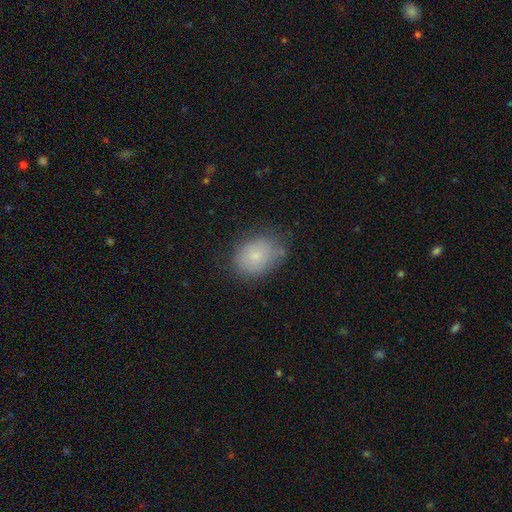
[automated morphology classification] Q: Smooth or featured?
A: smooth (78%); runner-up: featured or disk (13%)
Q: How rounded?
A: in between (61%); runner-up: round (38%)
Q: Merging?
A: none (66%); runner-up: minor disturbance (25%)